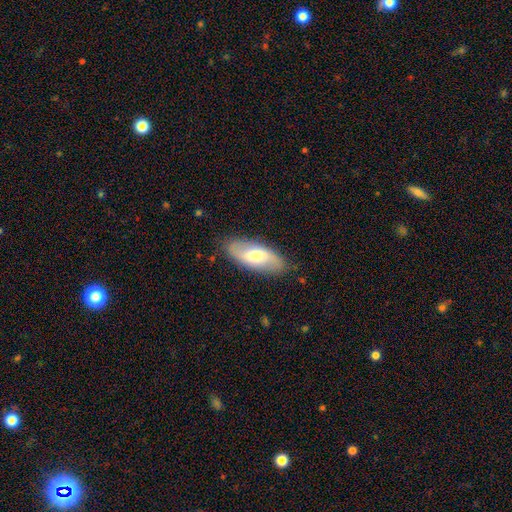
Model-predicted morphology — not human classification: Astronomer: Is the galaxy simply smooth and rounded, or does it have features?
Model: smooth — 48% (runner-up: featured or disk, 46%).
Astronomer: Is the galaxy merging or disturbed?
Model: none — 85%.